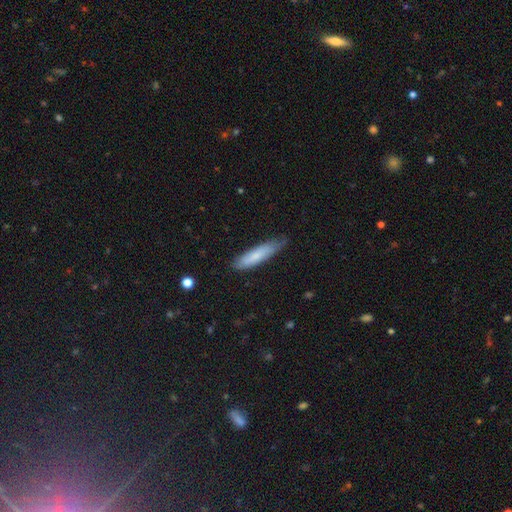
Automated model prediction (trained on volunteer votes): smooth_or_featured: smooth (p=0.76) [alt: featured or disk p=0.19]
how_rounded: cigar-shaped (p=0.79) [alt: in between p=0.19]
merging: none (p=0.68) [alt: minor disturbance p=0.27]